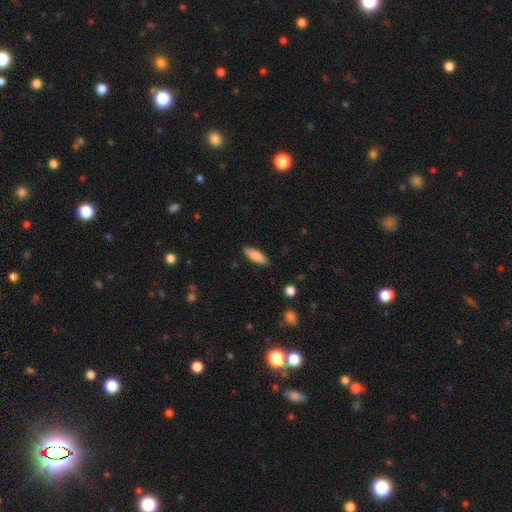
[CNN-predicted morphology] Smooth or featured: smooth — 84% (featured or disk — 9%)
How rounded: in between — 62% (cigar-shaped — 36%)
Merging: none — 87% (minor disturbance — 9%)